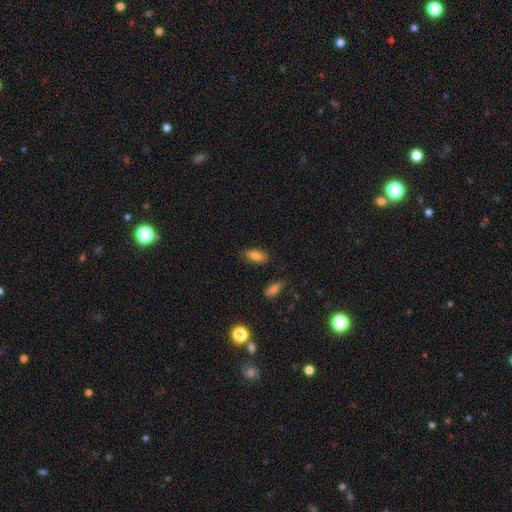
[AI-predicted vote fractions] smooth_or_featured: smooth (p=0.81) [alt: featured or disk p=0.10]
how_rounded: in between (p=0.86) [alt: cigar-shaped p=0.11]
merging: none (p=0.82) [alt: minor disturbance p=0.13]